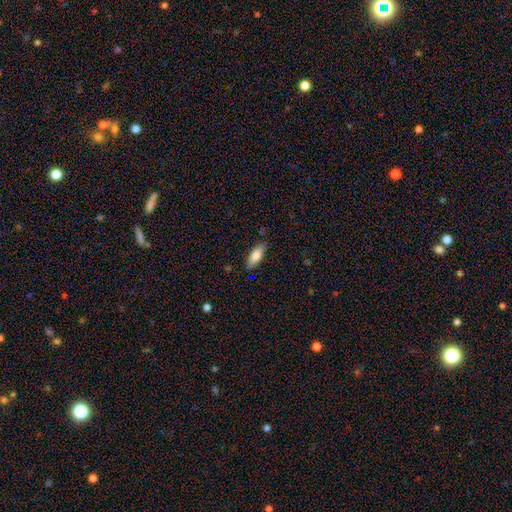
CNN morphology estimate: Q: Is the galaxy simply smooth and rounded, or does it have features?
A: smooth — 77%.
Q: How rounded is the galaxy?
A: in between — 69%.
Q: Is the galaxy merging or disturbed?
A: none — 83%.